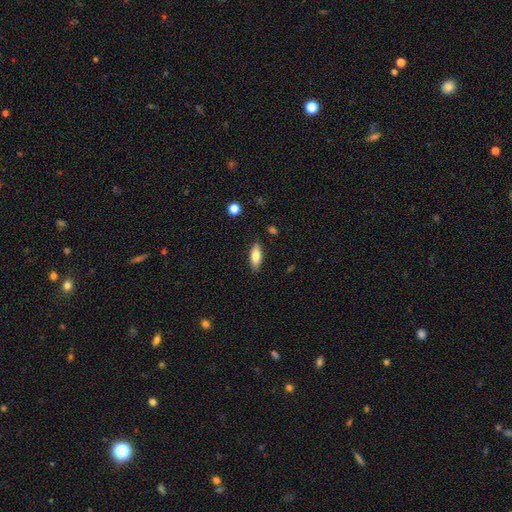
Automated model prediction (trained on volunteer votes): Morphology: type=smooth (79%); roundness=in between (70%); merging=none (85%).